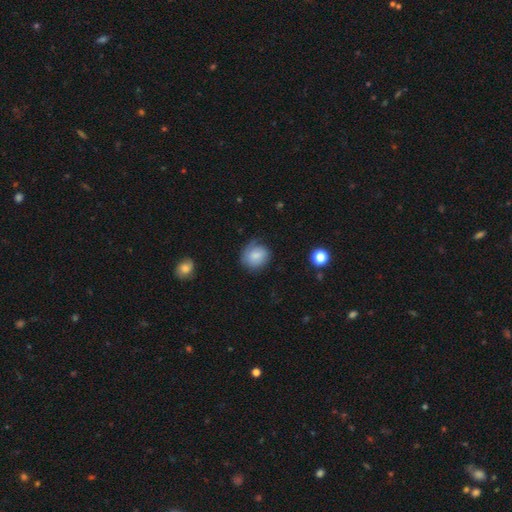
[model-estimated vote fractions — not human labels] Q: Smooth or featured?
A: smooth (76%); runner-up: featured or disk (16%)
Q: How rounded?
A: round (74%); runner-up: in between (25%)
Q: Merging?
A: none (67%); runner-up: minor disturbance (24%)